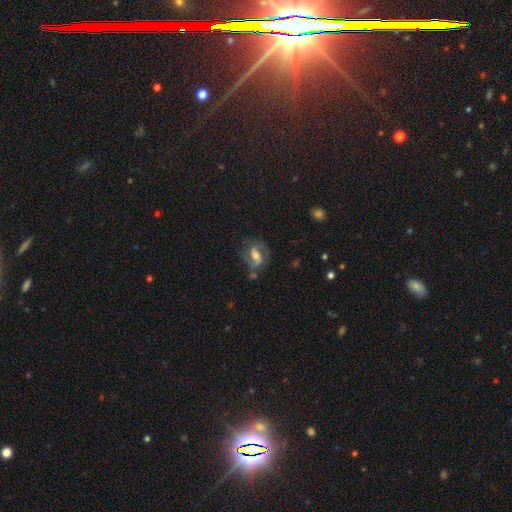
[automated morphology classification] A featured or disk galaxy (66%) with a weak bar (43%), 2 (79%) medium (49%) spiral arms (83%) and a moderate central bulge (57%).

Vote fractions:
- Smooth or featured? featured or disk: 66% / smooth: 26% / star or artifact: 8%
- Edge-on disk? no: 95% / yes: 5%
- Bar? weak: 43% / strong: 36% / no: 21%
- Spiral arms? yes: 83% / no: 17%
- Spiral winding? medium: 49% / loose: 28% / tight: 23%
- Spiral arm count? 2: 79% / can't tell: 10% / 1: 7% / 3: 2% / 4: 1% / more than 4: 1%
- Bulge size? moderate: 57% / small: 26% / large: 12% / none: 3% / dominant: 1%
- Merging? none: 56% / minor disturbance: 22% / major disturbance: 14% / merger: 7%